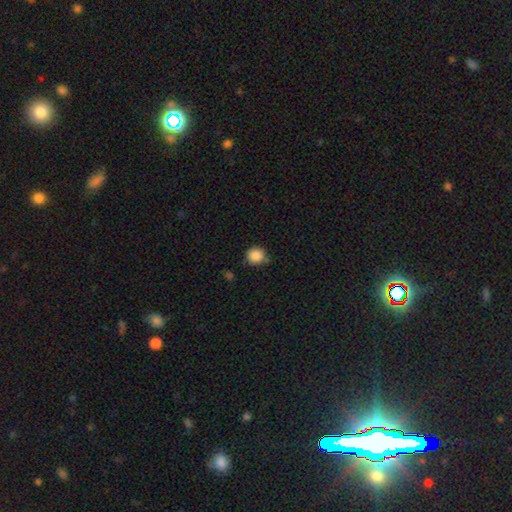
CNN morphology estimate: A smooth galaxy with no disk features (88%) that is round (90%).

Vote fractions:
- Smooth or featured? smooth: 88% / star or artifact: 9% / featured or disk: 3%
- How rounded? round: 90% / in between: 9% / cigar-shaped: 1%
- Merging? none: 75% / minor disturbance: 17% / merger: 5% / major disturbance: 3%